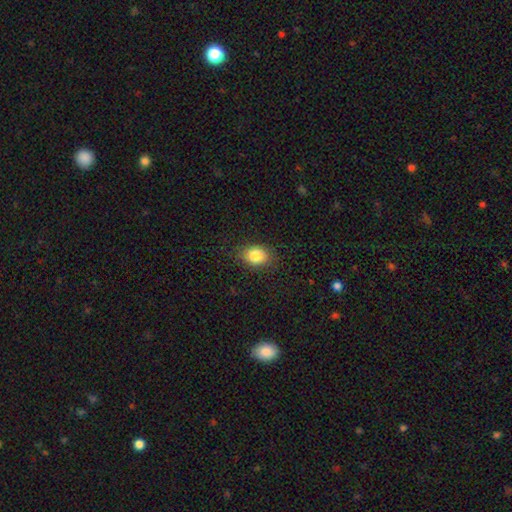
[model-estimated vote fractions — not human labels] Smooth or featured?
  - smooth: 83% *
  - star or artifact: 10%
  - featured or disk: 7%
How rounded?
  - in between: 60% *
  - round: 38%
  - cigar-shaped: 1%
Merging?
  - none: 83% *
  - minor disturbance: 12%
  - major disturbance: 4%
  - merger: 1%